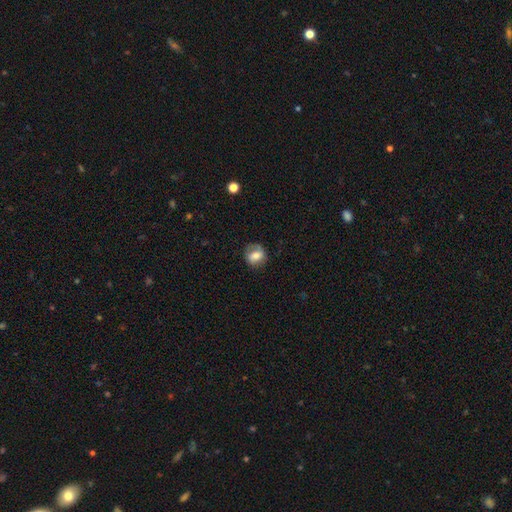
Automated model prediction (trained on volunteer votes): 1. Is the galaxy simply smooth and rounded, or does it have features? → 64% smooth, 28% featured or disk, 9% star or artifact.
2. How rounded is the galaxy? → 68% round, 31% in between, 1% cigar-shaped.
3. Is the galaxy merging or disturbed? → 72% none, 19% minor disturbance, 8% major disturbance, 1% merger.